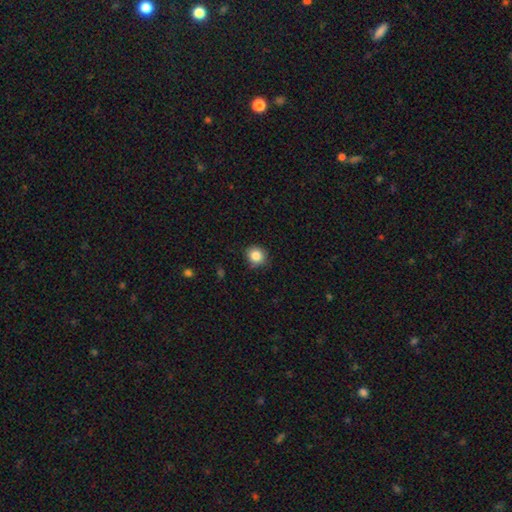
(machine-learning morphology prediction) Smooth or featured? smooth (85%)
How rounded? round (86%)
Merging? none (83%)